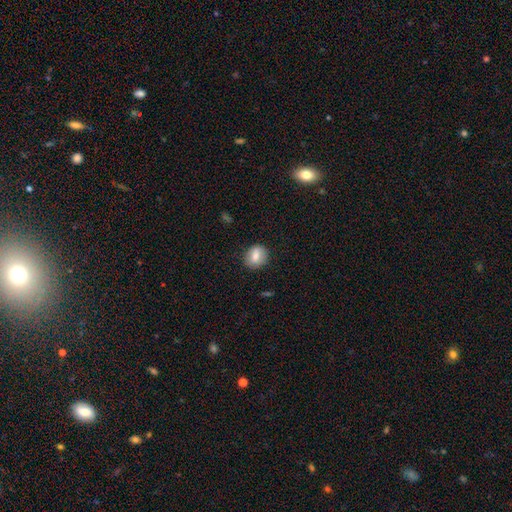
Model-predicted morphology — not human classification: Q: Smooth or featured?
A: smooth (76%); runner-up: featured or disk (16%)
Q: How rounded?
A: round (59%); runner-up: in between (39%)
Q: Merging?
A: none (84%); runner-up: minor disturbance (12%)